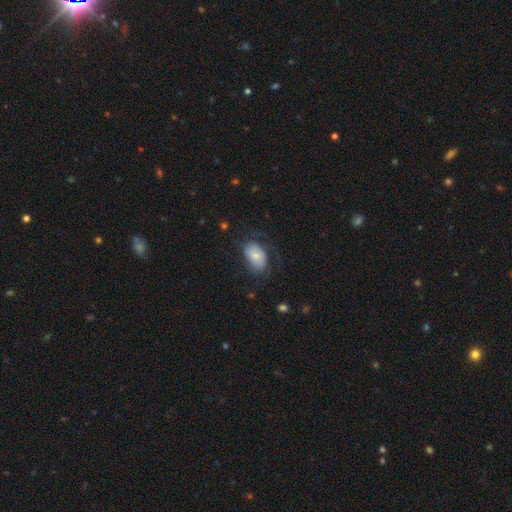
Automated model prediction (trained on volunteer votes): Q: Smooth or featured?
A: smooth (68%); runner-up: featured or disk (24%)
Q: How rounded?
A: in between (89%); runner-up: round (10%)
Q: Merging?
A: none (52%); runner-up: minor disturbance (25%)